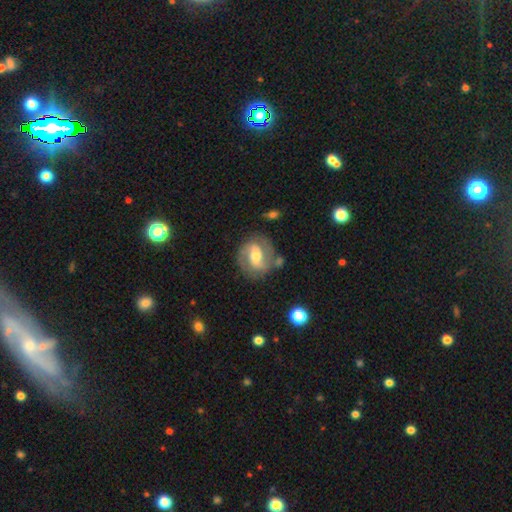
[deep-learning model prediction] Q: Smooth or featured?
A: featured or disk (76%); runner-up: smooth (18%)
Q: Edge-on disk?
A: no (96%); runner-up: yes (4%)
Q: Bar?
A: weak (44%); runner-up: strong (36%)
Q: Spiral arms?
A: yes (90%); runner-up: no (10%)
Q: Spiral winding?
A: medium (50%); runner-up: tight (28%)
Q: Spiral arm count?
A: 2 (85%); runner-up: can't tell (7%)
Q: Bulge size?
A: moderate (65%); runner-up: small (22%)
Q: Merging?
A: none (72%); runner-up: minor disturbance (16%)